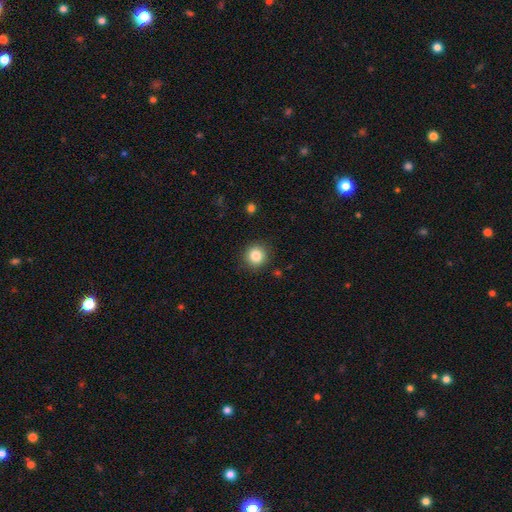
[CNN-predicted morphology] Smooth or featured: smooth — 84% (star or artifact — 10%)
How rounded: round — 93% (in between — 6%)
Merging: none — 89% (minor disturbance — 7%)